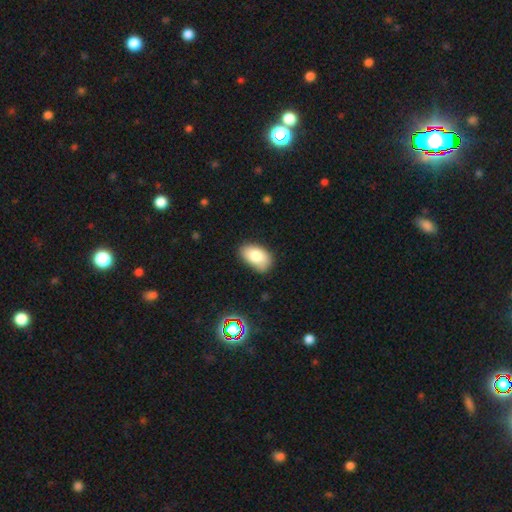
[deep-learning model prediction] Morphology: type=smooth (80%); roundness=in between (92%); merging=none (76%).